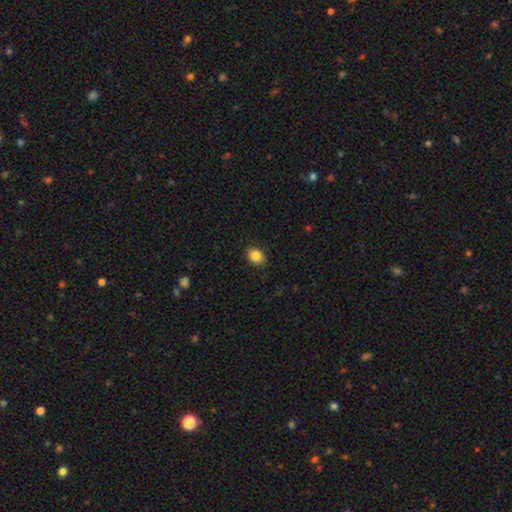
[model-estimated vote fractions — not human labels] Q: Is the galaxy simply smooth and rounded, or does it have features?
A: smooth — 85%.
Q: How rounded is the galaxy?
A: round — 50%.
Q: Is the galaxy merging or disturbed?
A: none — 89%.